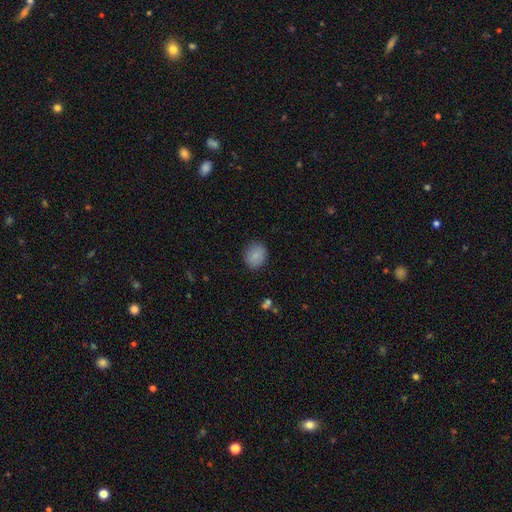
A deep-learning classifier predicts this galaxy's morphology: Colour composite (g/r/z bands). It shows a smooth galaxy with no disk features (86%) that is round (61%). Merging: none (86%).